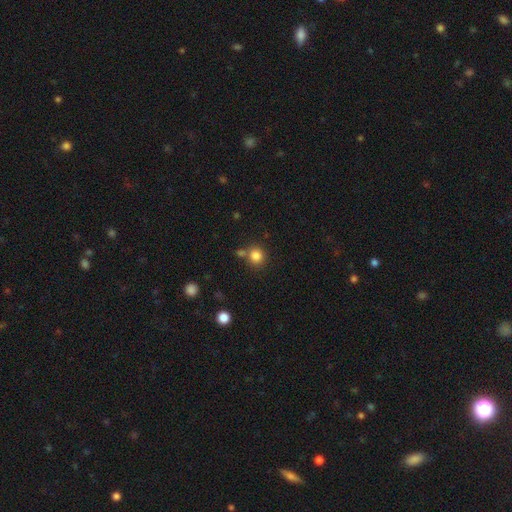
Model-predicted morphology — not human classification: smooth-or-featured: smooth: 83% | star or artifact: 12% | featured or disk: 5%
  how-rounded: round: 88% | in between: 11% | cigar-shaped: 1%
  merging: none: 70% | merger: 17% | minor disturbance: 10% | major disturbance: 4%